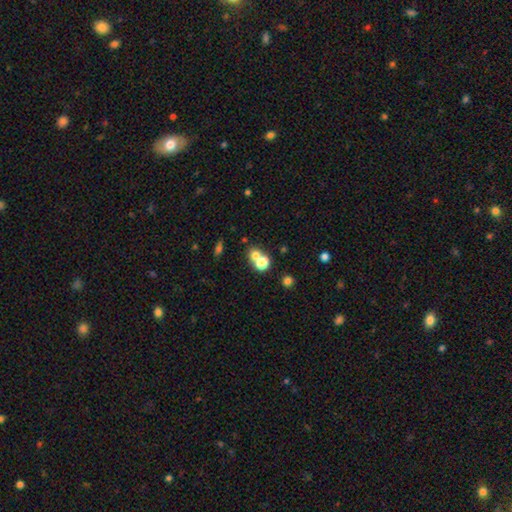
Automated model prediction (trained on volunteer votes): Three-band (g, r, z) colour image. It shows a smooth galaxy with no disk features (72%) that is round (73%). Merging: merger (49%).